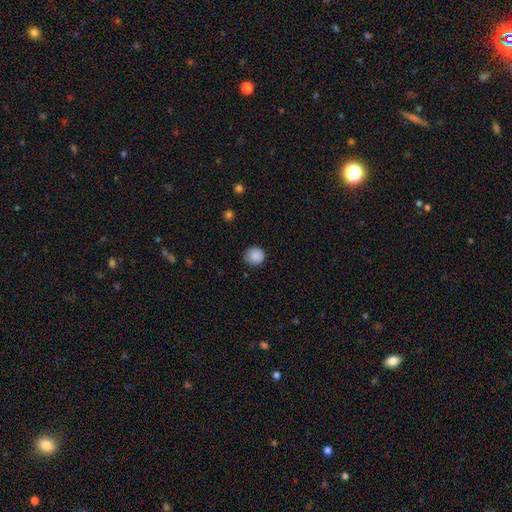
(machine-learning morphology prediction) smooth_or_featured: smooth (p=0.87) [alt: star or artifact p=0.09]
how_rounded: round (p=0.92) [alt: in between p=0.07]
merging: none (p=0.84) [alt: minor disturbance p=0.13]